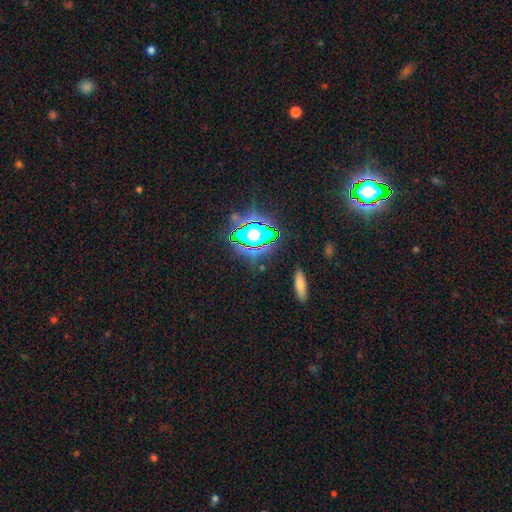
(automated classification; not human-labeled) Overall: star or artifact (78%).